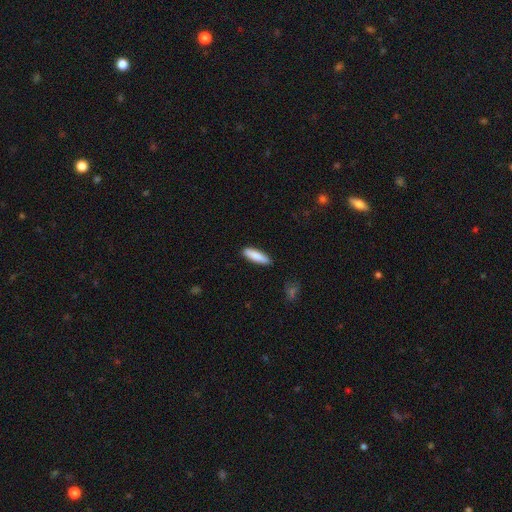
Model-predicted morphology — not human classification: Smooth or featured? smooth (87%)
How rounded? cigar-shaped (67%)
Merging? none (89%)